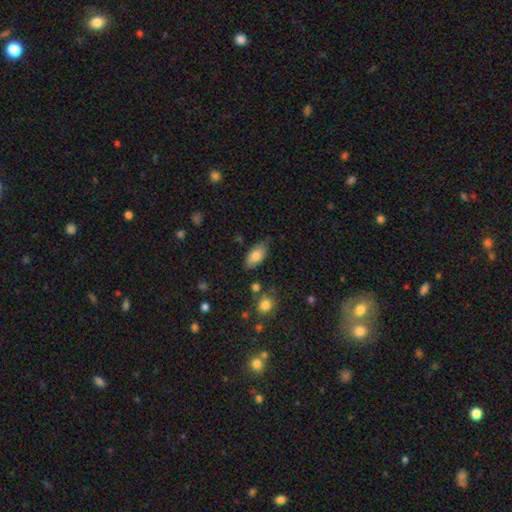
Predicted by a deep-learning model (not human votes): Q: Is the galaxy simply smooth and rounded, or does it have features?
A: smooth — 80%.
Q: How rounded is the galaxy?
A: in between — 92%.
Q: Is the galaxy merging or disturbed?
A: none — 76%.